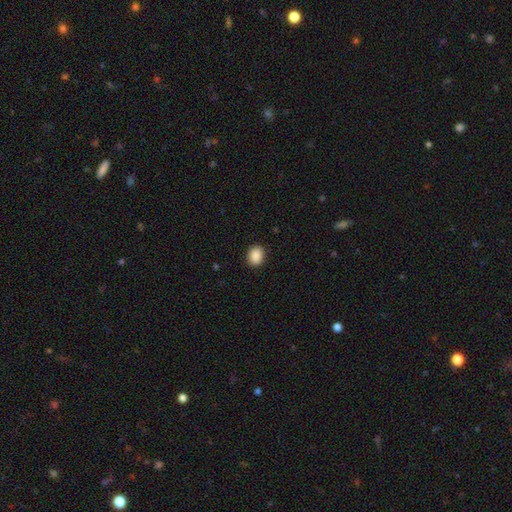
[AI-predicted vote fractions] smooth 89%, star or artifact 8%, featured or disk 3%. Down the decision tree: how rounded — in between (57%); merging — none (90%).